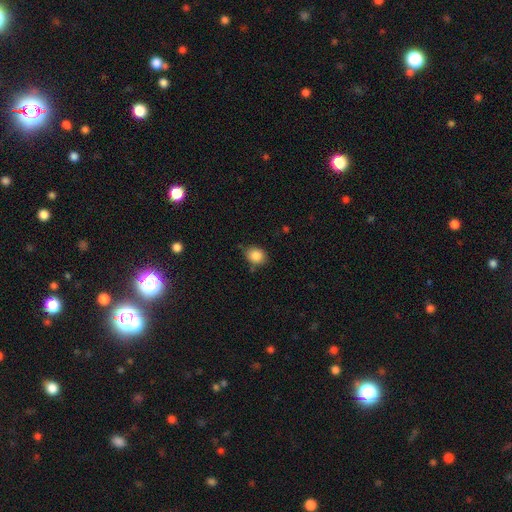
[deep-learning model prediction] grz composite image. It shows a smooth galaxy with no disk features (86%) that is round (51%). Merging: none (73%).